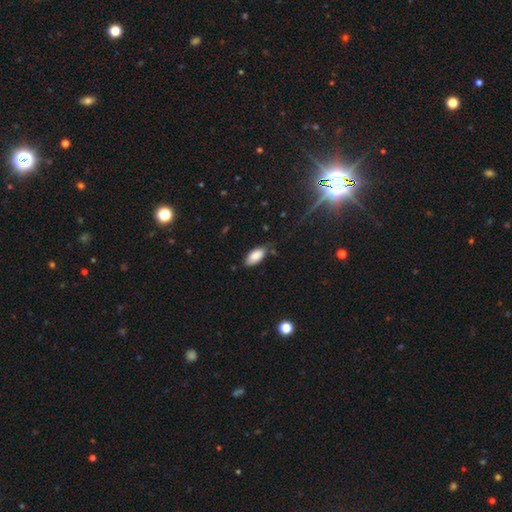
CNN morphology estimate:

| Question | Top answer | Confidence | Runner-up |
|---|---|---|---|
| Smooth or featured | smooth | 87% | star or artifact (7%) |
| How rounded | in between | 91% | cigar-shaped (7%) |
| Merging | none | 73% | minor disturbance (21%) |